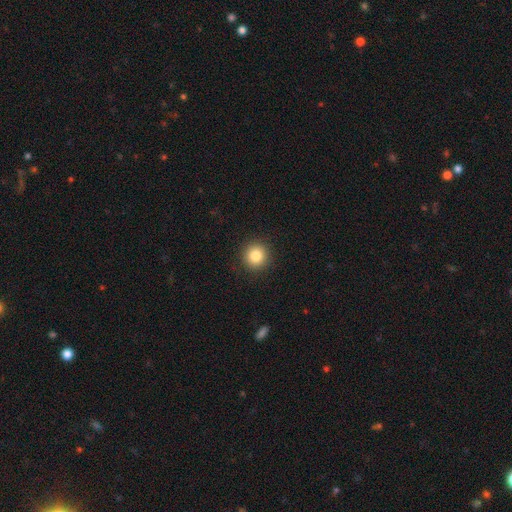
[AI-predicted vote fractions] Morphology: type=smooth (84%); roundness=round (93%); merging=none (92%).